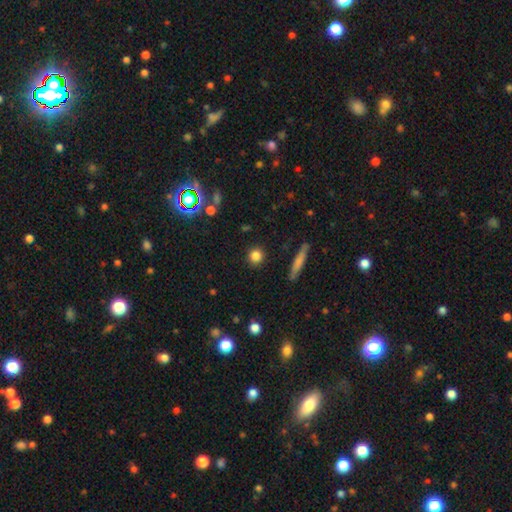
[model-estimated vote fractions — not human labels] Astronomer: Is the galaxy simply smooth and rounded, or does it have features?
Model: smooth — 82%.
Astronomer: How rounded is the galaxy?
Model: round — 88%.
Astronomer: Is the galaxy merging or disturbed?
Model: none — 89%.